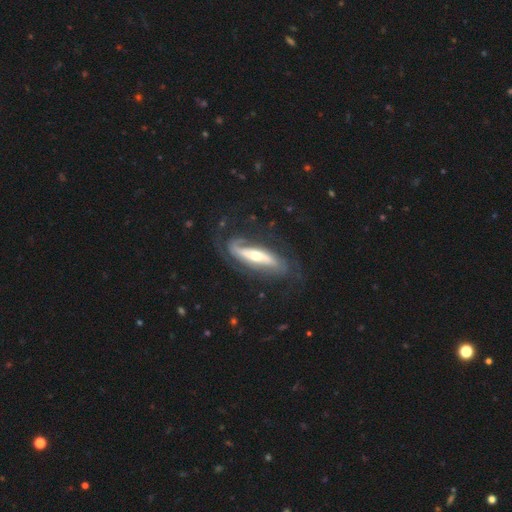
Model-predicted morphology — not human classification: type=featured or disk (83%); edge-on=no (79%); bar=strong (47%); spiral arms=yes (91%); winding=medium (37%); arm count=2 (76%); bulge=moderate (58%); merging=none (67%).